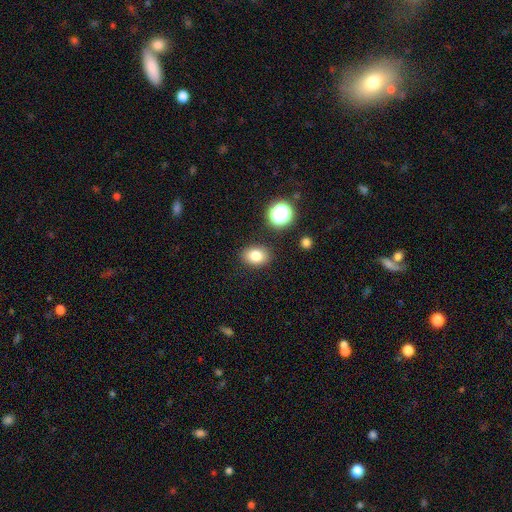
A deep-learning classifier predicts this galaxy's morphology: Smooth or featured? Predicted: smooth (p=0.80). How rounded? Predicted: in between (p=0.67). Merging? Predicted: none (p=0.85).